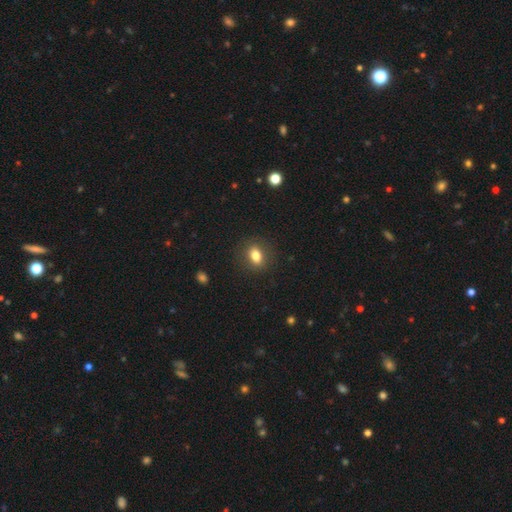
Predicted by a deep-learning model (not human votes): This appears to be a smooth galaxy with no disk features (79%) that is in between round and cigar-shaped (66%). Merging: none (86%).